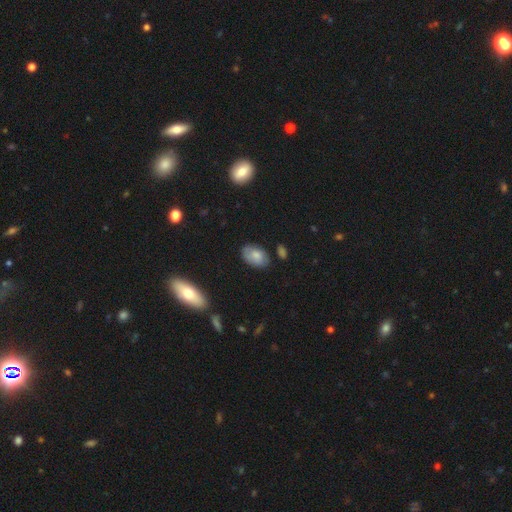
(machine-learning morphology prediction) Overall: smooth (77%). How rounded: in between (88%). Merging: none (73%).